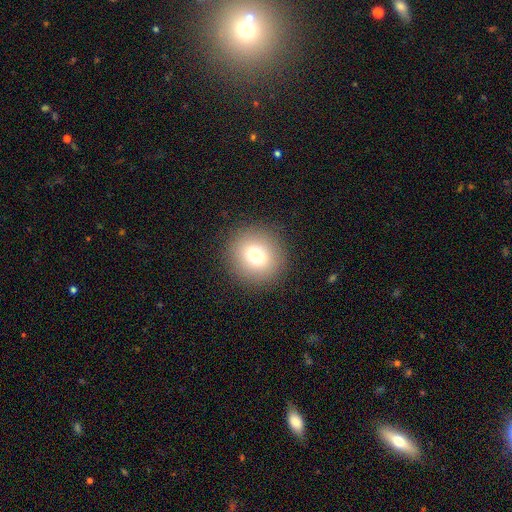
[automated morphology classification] smooth_or_featured: smooth (p=0.75) [alt: star or artifact p=0.14]
how_rounded: round (p=0.93) [alt: in between p=0.06]
merging: none (p=0.90) [alt: minor disturbance p=0.06]